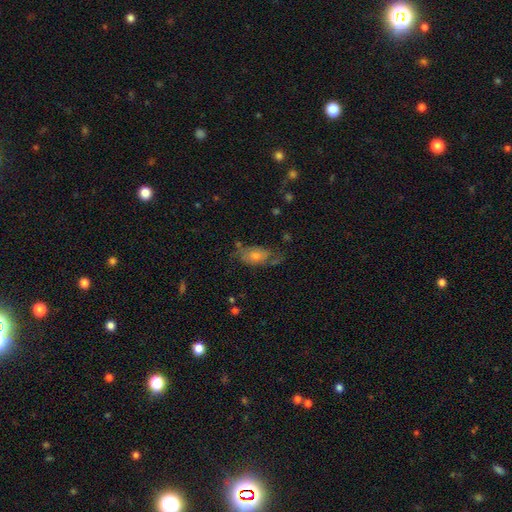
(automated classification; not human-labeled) A featured or disk galaxy (46%).

Vote fractions:
- Smooth or featured? featured or disk: 46% / smooth: 42% / star or artifact: 13%
- Merging? none: 47% / minor disturbance: 27% / major disturbance: 21% / merger: 4%